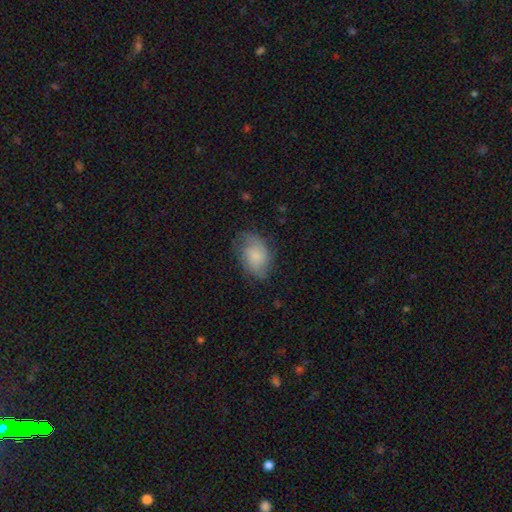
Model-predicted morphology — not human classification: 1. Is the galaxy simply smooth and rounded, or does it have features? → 53% smooth, 39% featured or disk, 8% star or artifact.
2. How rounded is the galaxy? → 80% in between, 18% round, 1% cigar-shaped.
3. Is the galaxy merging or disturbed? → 62% none, 25% minor disturbance, 11% major disturbance, 1% merger.